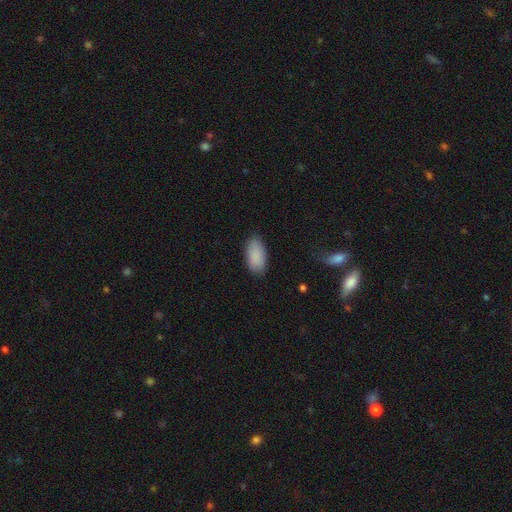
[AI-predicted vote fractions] Overall: smooth (89%). How rounded: in between (93%). Merging: none (82%).